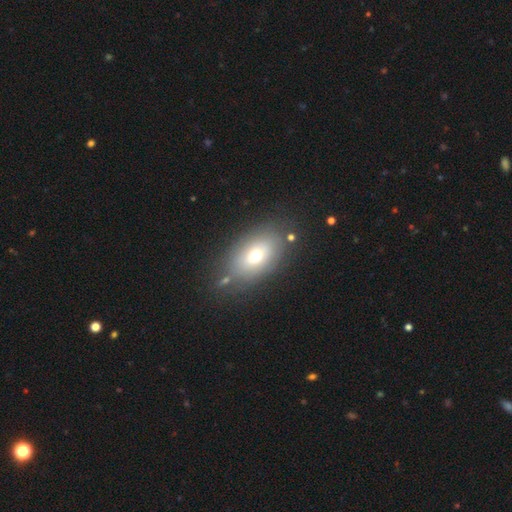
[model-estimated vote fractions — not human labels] Smooth or featured: smooth — 67% (featured or disk — 23%)
How rounded: in between — 86% (round — 12%)
Merging: none — 74% (minor disturbance — 15%)